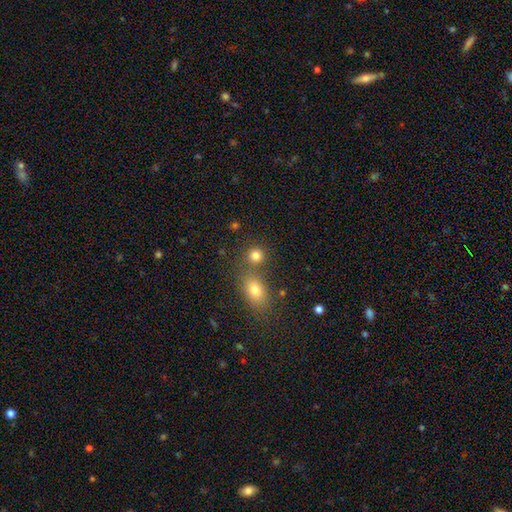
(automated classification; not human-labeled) This is clearly a smooth galaxy (81%). How rounded: clearly round (83%). Merging: likely none (64%).